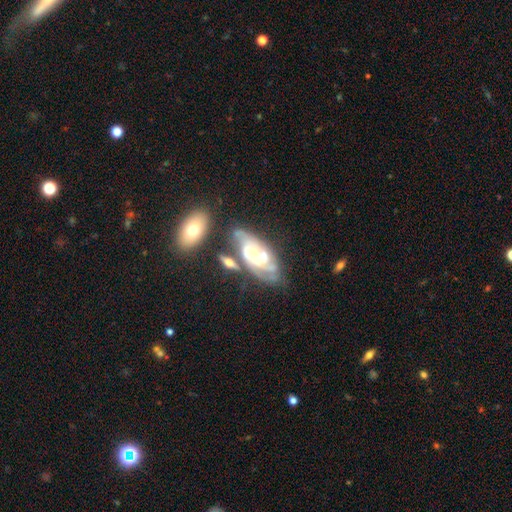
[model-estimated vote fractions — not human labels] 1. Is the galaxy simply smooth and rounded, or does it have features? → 85% featured or disk, 9% smooth, 6% star or artifact.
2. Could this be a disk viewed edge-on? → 94% no, 6% yes.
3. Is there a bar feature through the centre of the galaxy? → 60% no, 30% weak, 10% strong.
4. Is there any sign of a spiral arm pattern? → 94% yes, 6% no.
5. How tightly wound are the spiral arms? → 58% tight, 34% medium, 8% loose.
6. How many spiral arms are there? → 36% 2, 26% can't tell, 25% 3, 6% 4, 4% 1, 3% more than 4.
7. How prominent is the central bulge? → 63% moderate, 23% small, 11% large, 2% none, 1% dominant.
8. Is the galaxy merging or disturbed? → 46% none, 21% minor disturbance, 19% merger, 14% major disturbance.